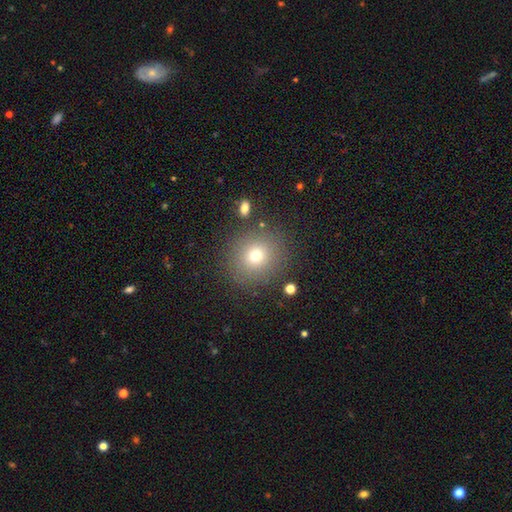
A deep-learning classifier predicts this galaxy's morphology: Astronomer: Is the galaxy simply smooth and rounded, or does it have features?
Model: smooth — 72%.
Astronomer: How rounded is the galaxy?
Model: round — 89%.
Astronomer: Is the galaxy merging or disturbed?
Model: none — 86%.